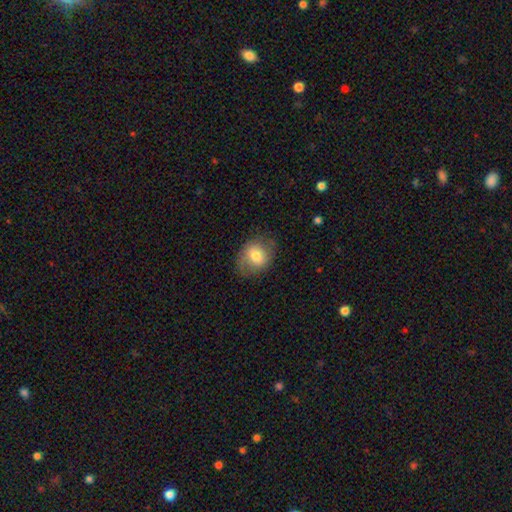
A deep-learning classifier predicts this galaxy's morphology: smooth_or_featured: smooth (p=0.68) [alt: featured or disk p=0.24]
how_rounded: round (p=0.51) [alt: in between p=0.48]
merging: none (p=0.74) [alt: minor disturbance p=0.18]